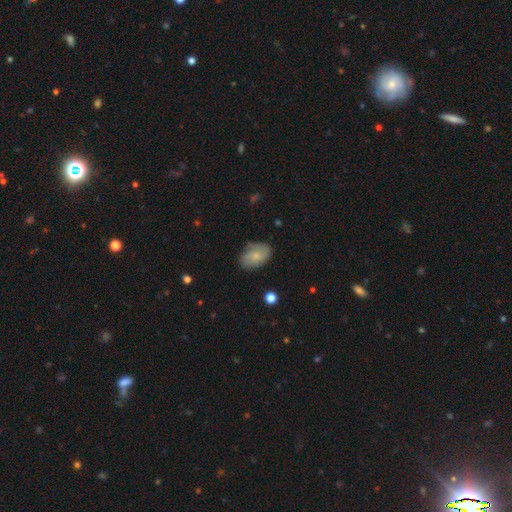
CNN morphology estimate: The model was most divided on "smooth or featured": smooth: 59%, featured or disk: 34%, star or artifact: 7%. More confident: how rounded — in between (86%); merging — none (70%).